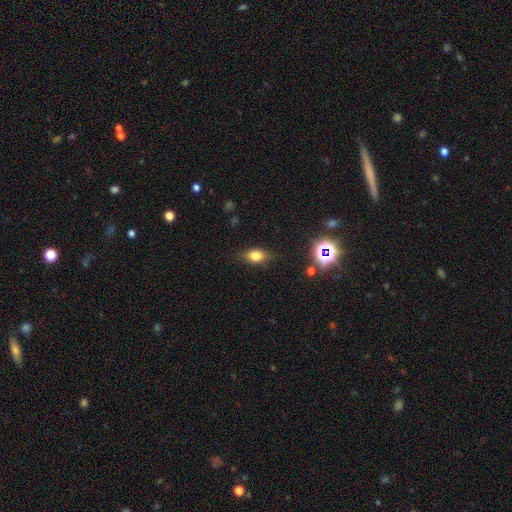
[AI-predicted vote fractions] Morphology: type=smooth (76%); roundness=in between (78%); merging=none (81%).